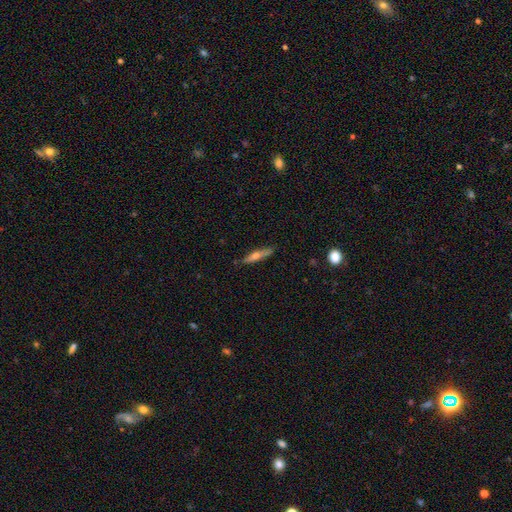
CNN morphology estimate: Smooth or featured? featured or disk (52%)
Edge-on disk? yes (94%)
Merging? none (86%)